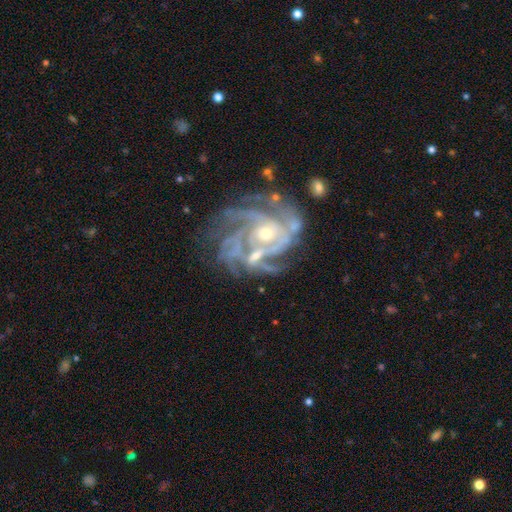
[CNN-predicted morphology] smooth-or-featured: featured or disk: 87% | star or artifact: 8% | smooth: 5%
  disk-edge-on: no: 98% | yes: 2%
    bar: no: 73% | weak: 19% | strong: 7%
    has-spiral-arms: yes: 95% | no: 5%
      spiral-winding: tight: 56% | medium: 35% | loose: 9%
      spiral-arm-count: 3: 29% | 4: 21% | can't tell: 20% | 2: 12% | more than 4: 10% | 1: 7%
    bulge-size: small: 50% | moderate: 43% | none: 3% | large: 3% | dominant: 1%
  merging: none: 32% | merger: 28% | major disturbance: 23% | minor disturbance: 17%